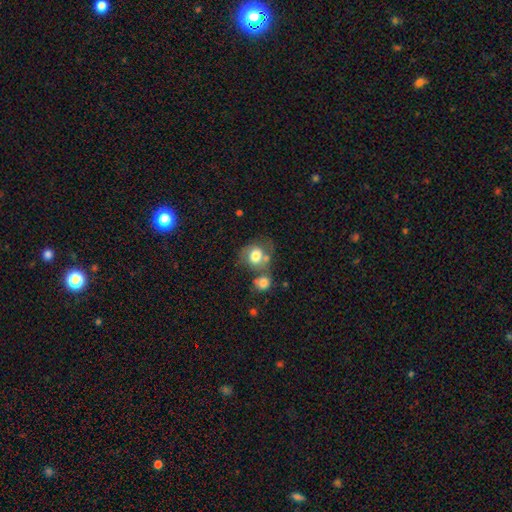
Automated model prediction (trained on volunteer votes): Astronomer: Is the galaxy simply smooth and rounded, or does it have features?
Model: smooth — 64%.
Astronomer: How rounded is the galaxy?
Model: round — 62%.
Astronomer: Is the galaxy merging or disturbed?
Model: none — 38% (runner-up: merger, 34%).